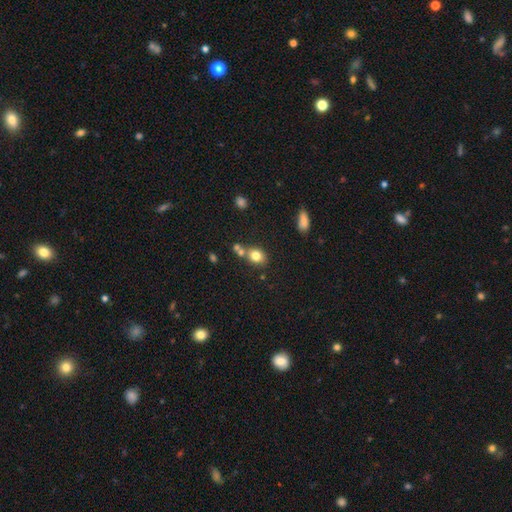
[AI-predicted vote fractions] smooth 78%, star or artifact 11%, featured or disk 11%. Down the decision tree: how rounded — round (53%); merging — none (56%).